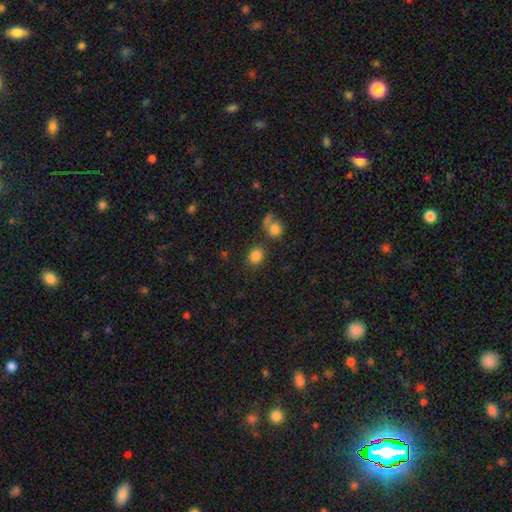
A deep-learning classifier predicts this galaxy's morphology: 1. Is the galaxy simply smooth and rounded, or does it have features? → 83% smooth, 11% star or artifact, 6% featured or disk.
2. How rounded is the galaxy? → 56% round, 43% in between, 1% cigar-shaped.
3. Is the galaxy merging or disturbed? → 75% none, 11% minor disturbance, 10% merger, 4% major disturbance.